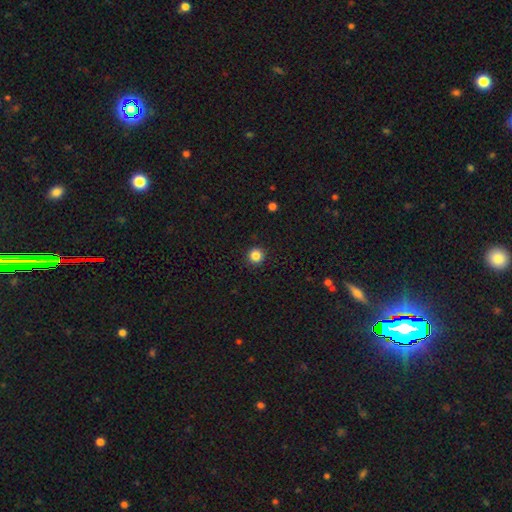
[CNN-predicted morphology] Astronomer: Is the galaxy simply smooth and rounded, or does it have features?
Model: smooth — 85%.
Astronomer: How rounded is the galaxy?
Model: round — 95%.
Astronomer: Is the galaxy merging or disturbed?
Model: none — 93%.